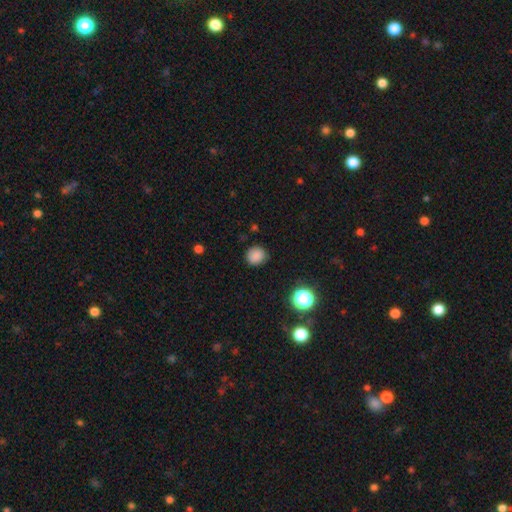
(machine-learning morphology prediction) Smooth or featured? Predicted: smooth (p=0.84). How rounded? Predicted: round (p=0.85). Merging? Predicted: none (p=0.86).